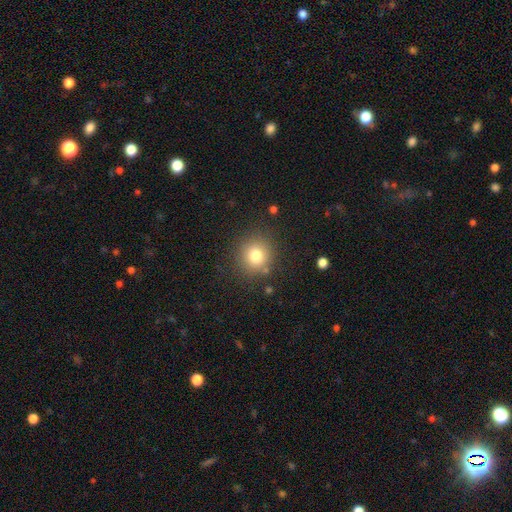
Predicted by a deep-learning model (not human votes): This is likely a smooth galaxy (78%). How rounded: clearly round (91%). Merging: clearly none (85%).